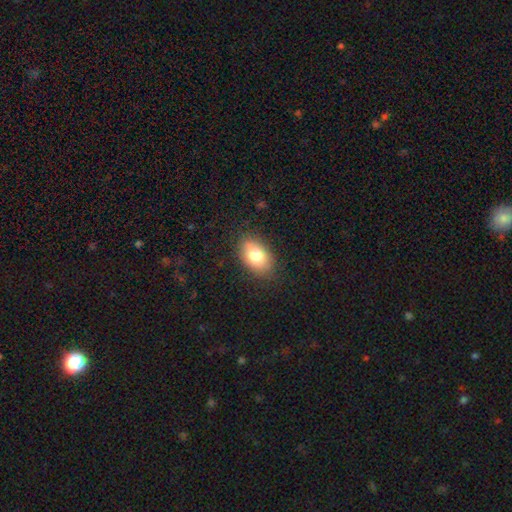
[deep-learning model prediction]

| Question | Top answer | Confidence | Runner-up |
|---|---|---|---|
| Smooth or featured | smooth | 82% | featured or disk (11%) |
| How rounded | in between | 90% | round (8%) |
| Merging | none | 83% | minor disturbance (13%) |